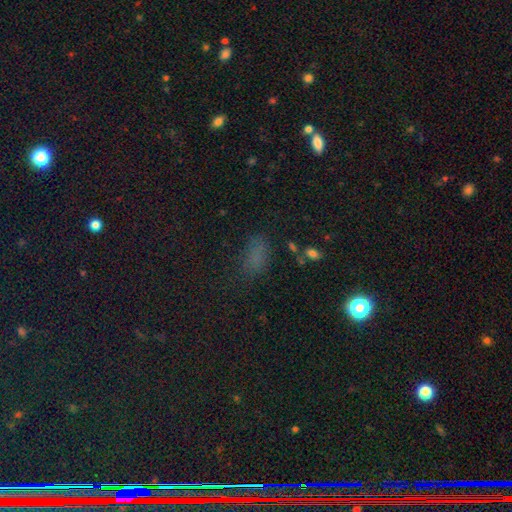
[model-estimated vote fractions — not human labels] Q: Smooth or featured?
A: smooth (64%); runner-up: star or artifact (28%)
Q: How rounded?
A: in between (83%); runner-up: round (11%)
Q: Merging?
A: none (65%); runner-up: minor disturbance (21%)